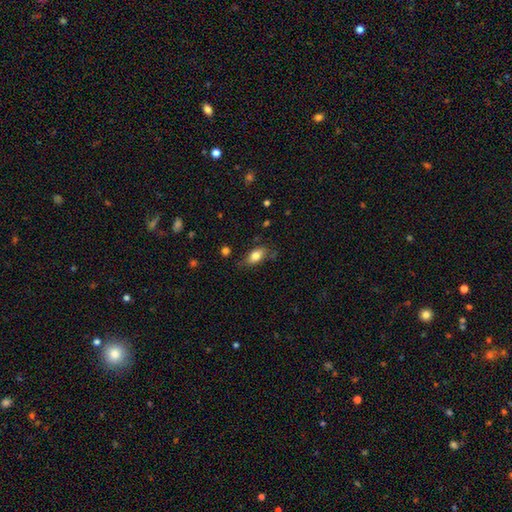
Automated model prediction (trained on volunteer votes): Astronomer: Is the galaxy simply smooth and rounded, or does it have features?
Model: smooth — 78%.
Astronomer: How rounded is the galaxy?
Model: in between — 87%.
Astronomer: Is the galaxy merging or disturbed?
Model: none — 70%.